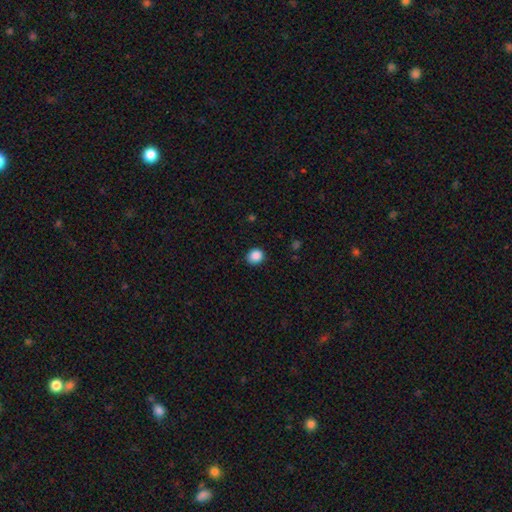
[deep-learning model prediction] Smooth or featured: smooth — 88% (star or artifact — 10%)
How rounded: round — 74% (in between — 25%)
Merging: none — 86% (minor disturbance — 10%)